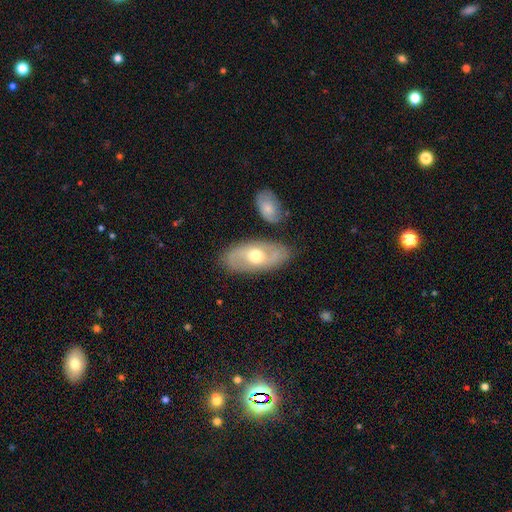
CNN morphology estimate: smooth-or-featured: featured or disk: 57% | smooth: 38% | star or artifact: 5%
  disk-edge-on: no: 87% | yes: 13%
  merging: none: 78% | minor disturbance: 13% | merger: 5% | major disturbance: 4%